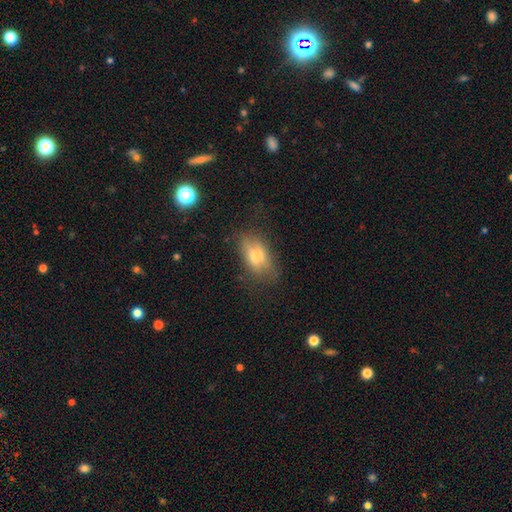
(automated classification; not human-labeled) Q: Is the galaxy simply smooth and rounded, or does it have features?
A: smooth — 55%.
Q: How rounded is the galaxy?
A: in between — 83%.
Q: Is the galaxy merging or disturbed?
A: none — 59%.